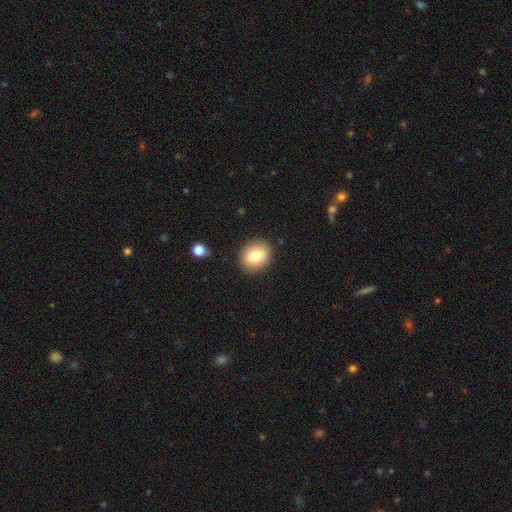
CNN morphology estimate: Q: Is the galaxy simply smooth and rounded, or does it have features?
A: smooth — 78%.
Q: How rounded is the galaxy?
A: round — 62%.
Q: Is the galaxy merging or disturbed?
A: none — 88%.